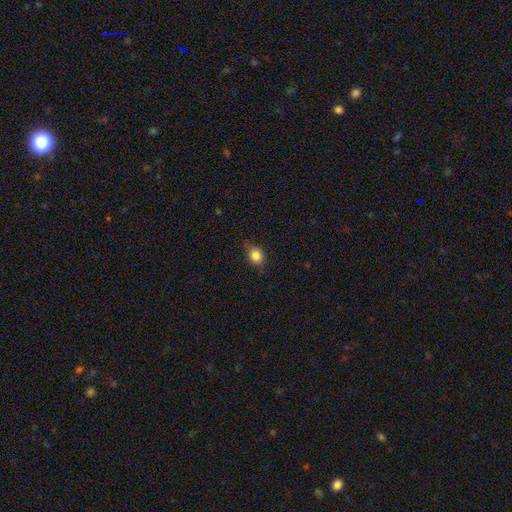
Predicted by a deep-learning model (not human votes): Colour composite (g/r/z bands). It shows a smooth galaxy with no disk features (83%) that is round (58%). Merging: none (75%).